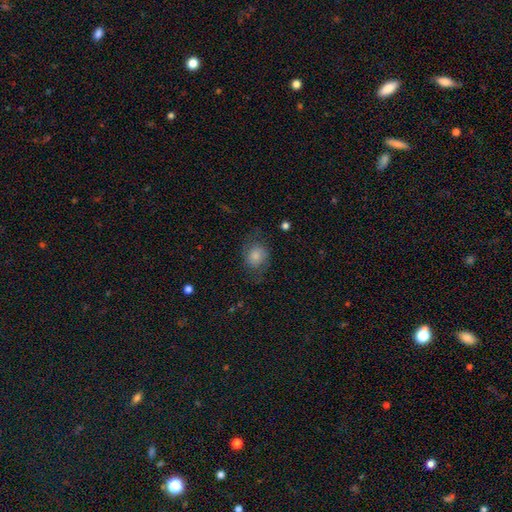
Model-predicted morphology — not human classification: This appears to be a smooth galaxy with no disk features (66%) that is round (60%). Merging: none (65%).